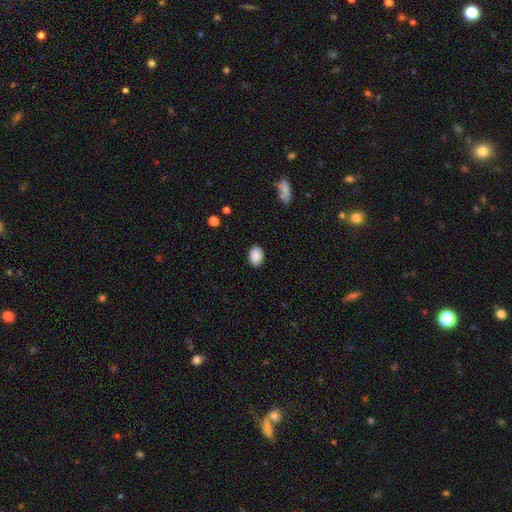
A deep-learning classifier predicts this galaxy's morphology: smooth-or-featured: smooth: 89% | star or artifact: 7% | featured or disk: 3%
  how-rounded: in between: 79% | round: 20% | cigar-shaped: 1%
  merging: none: 88% | minor disturbance: 9% | major disturbance: 2% | merger: 1%